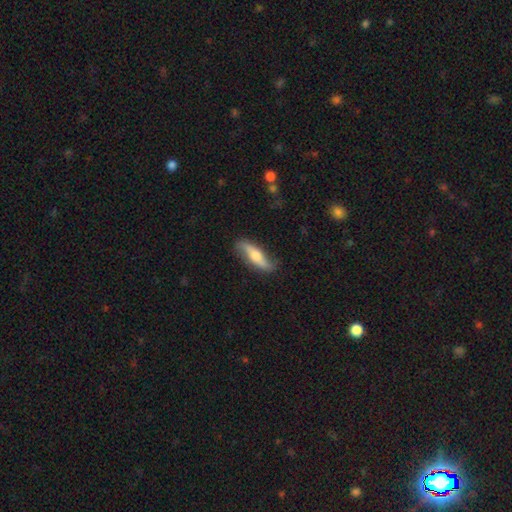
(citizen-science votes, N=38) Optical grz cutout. It shows a featured or disk galaxy (61%) with no bar (50%), 2 (91%) loose (100%) spiral arms (92%) and a moderate central bulge (83%). Merging: none (78%).